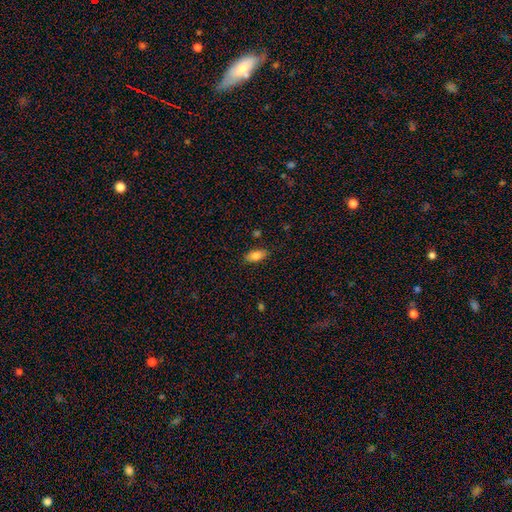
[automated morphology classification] Smooth or featured? Predicted: smooth (p=0.83). How rounded? Predicted: in between (p=0.88). Merging? Predicted: none (p=0.84).